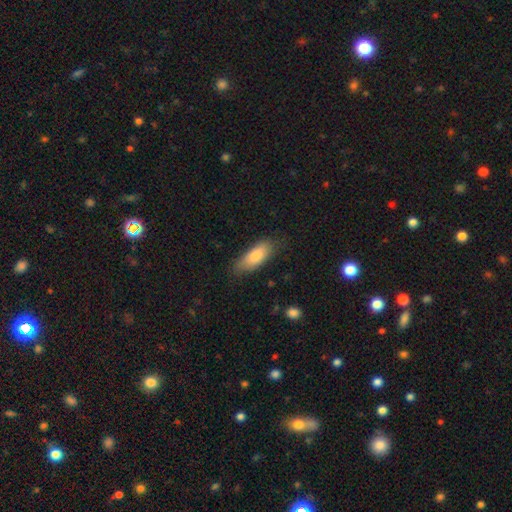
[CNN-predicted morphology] Smooth or featured? smooth (80%)
How rounded? in between (74%)
Merging? none (71%)